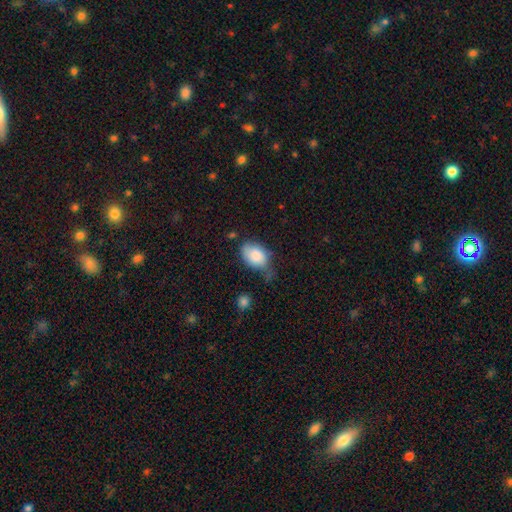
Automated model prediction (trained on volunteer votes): Q: Smooth or featured?
A: smooth (83%); runner-up: featured or disk (10%)
Q: How rounded?
A: in between (86%); runner-up: round (13%)
Q: Merging?
A: none (41%); runner-up: minor disturbance (37%)